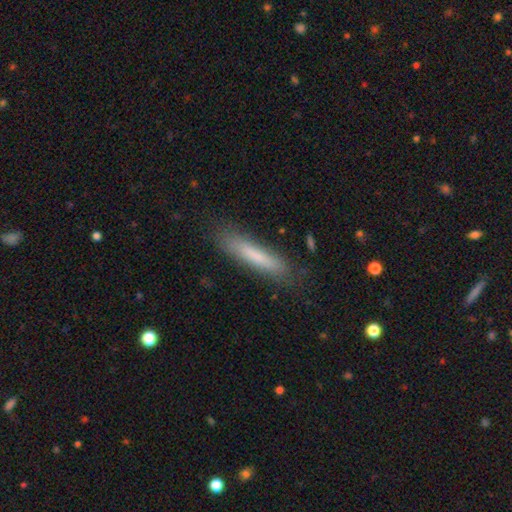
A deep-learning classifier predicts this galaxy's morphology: A smooth galaxy with no disk features (74%) that is cigar-shaped (89%).

Vote fractions:
- Smooth or featured? smooth: 74% / featured or disk: 19% / star or artifact: 7%
- How rounded? cigar-shaped: 89% / in between: 10% / round: 1%
- Merging? none: 82% / minor disturbance: 13% / major disturbance: 4% / merger: 2%